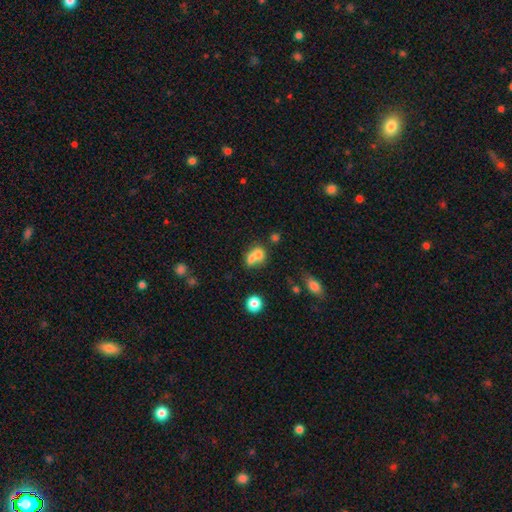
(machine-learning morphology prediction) Overall: smooth (69%). How rounded: in between (49%, tied with round). Merging: merger (66%).